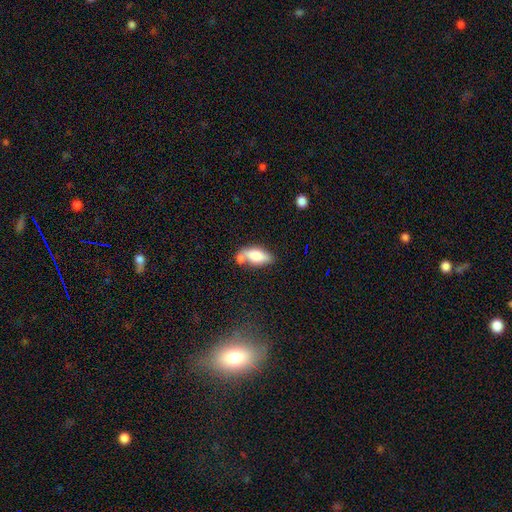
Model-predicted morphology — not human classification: This appears to be a smooth galaxy with no disk features (73%) that is in between round and cigar-shaped (83%). Merging: none (41%).